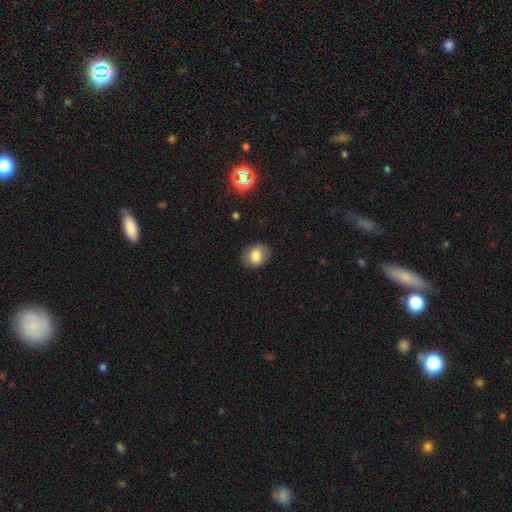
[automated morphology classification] smooth-or-featured: smooth: 78% | featured or disk: 12% | star or artifact: 10%
  how-rounded: in between: 56% | round: 43% | cigar-shaped: 1%
  merging: none: 82% | minor disturbance: 13% | major disturbance: 4% | merger: 1%